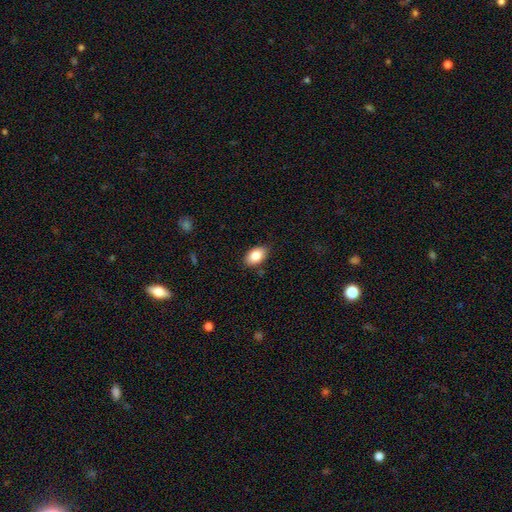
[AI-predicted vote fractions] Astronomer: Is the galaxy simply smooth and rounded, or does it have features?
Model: smooth — 85%.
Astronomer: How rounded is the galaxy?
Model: in between — 91%.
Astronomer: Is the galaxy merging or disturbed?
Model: none — 84%.